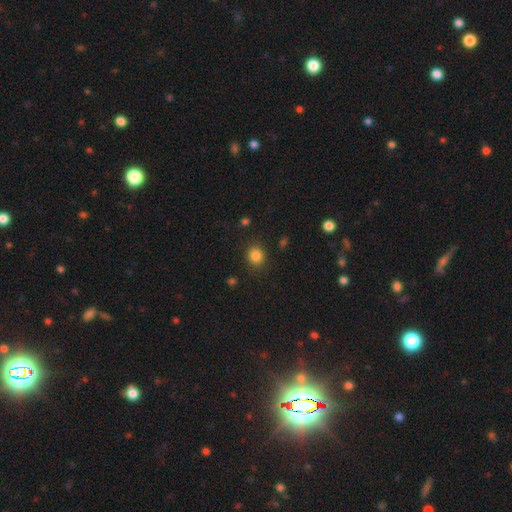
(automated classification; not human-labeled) smooth_or_featured: smooth (p=0.84) [alt: star or artifact p=0.11]
how_rounded: round (p=0.78) [alt: in between p=0.21]
merging: none (p=0.87) [alt: minor disturbance p=0.09]